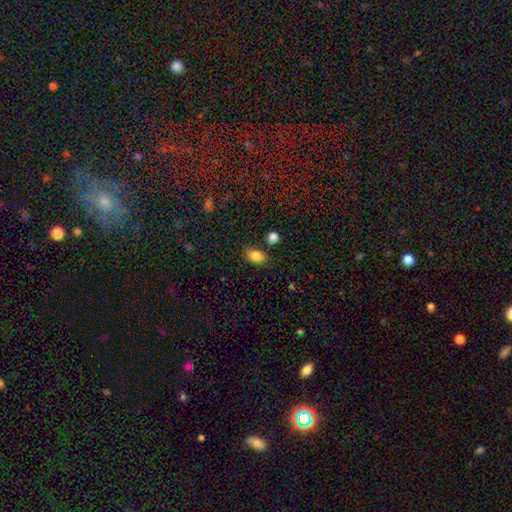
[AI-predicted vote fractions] smooth_or_featured: smooth (p=0.85) [alt: star or artifact p=0.10]
how_rounded: in between (p=0.77) [alt: round p=0.21]
merging: none (p=0.73) [alt: minor disturbance p=0.16]